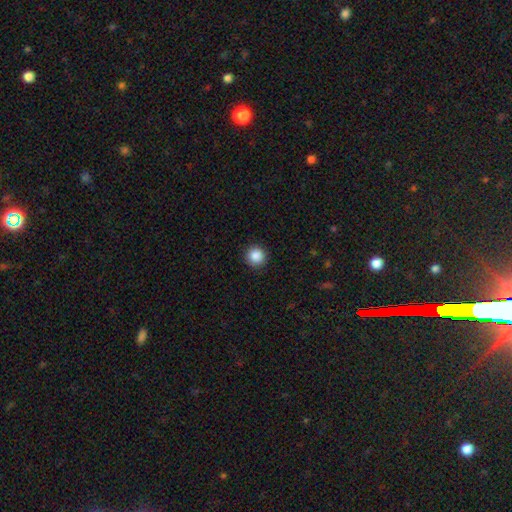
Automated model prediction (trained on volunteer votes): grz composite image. It shows a smooth galaxy with no disk features (88%) that is round (96%). Merging: none (93%).